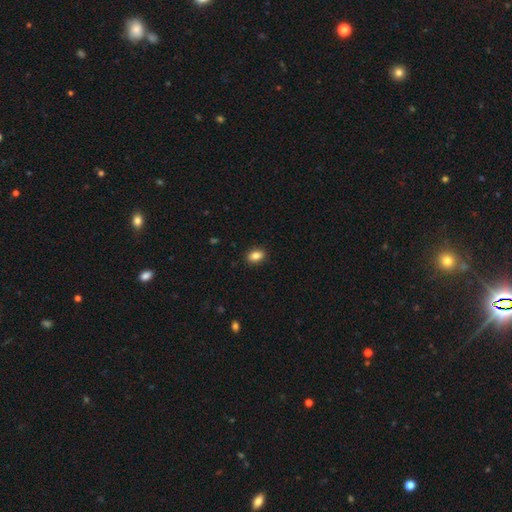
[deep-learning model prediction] Smooth or featured?
  - smooth: 86% *
  - star or artifact: 9%
  - featured or disk: 6%
How rounded?
  - in between: 83% *
  - round: 15%
  - cigar-shaped: 2%
Merging?
  - none: 89% *
  - minor disturbance: 8%
  - major disturbance: 2%
  - merger: 1%